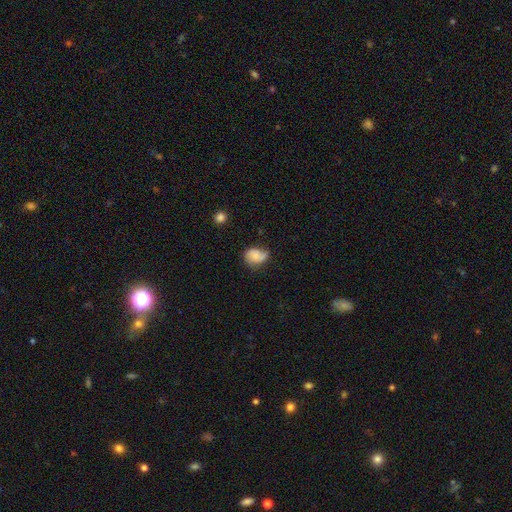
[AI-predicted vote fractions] Overall: smooth (59%; featured or disk 33%). How rounded: in between (61%; round 37%). Merging: none (47%; minor disturbance 36%).